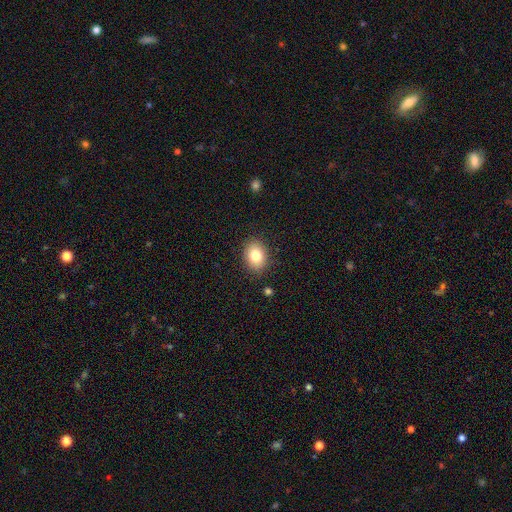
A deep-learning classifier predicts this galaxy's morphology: Overall: smooth (80%). How rounded: in between (64%; round 35%). Merging: none (87%).